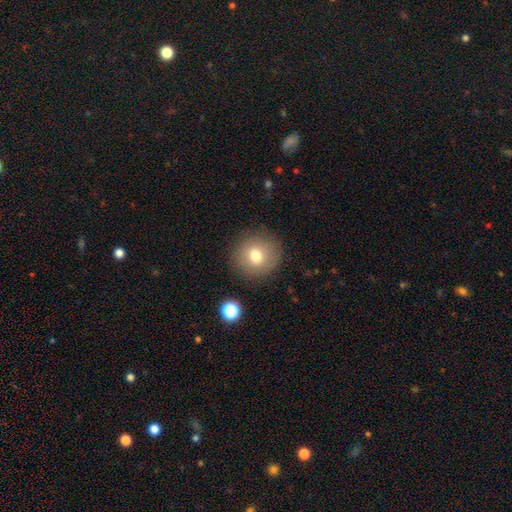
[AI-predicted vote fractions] This is likely a smooth galaxy (75%). How rounded: clearly round (90%). Merging: clearly none (86%).